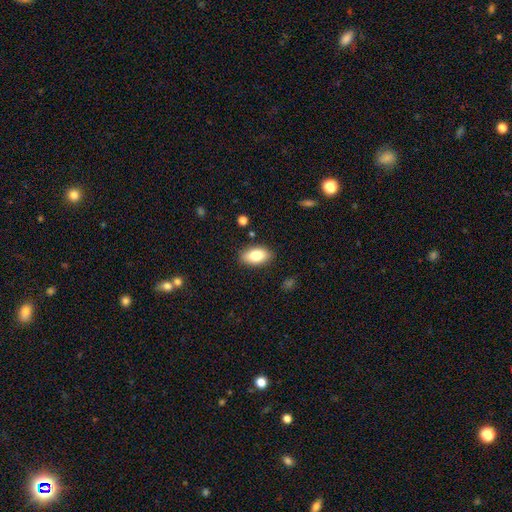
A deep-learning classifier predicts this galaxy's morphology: smooth-or-featured: smooth: 81% | featured or disk: 11% | star or artifact: 7%
  how-rounded: in between: 92% | round: 5% | cigar-shaped: 3%
  merging: none: 86% | minor disturbance: 10% | major disturbance: 2% | merger: 1%